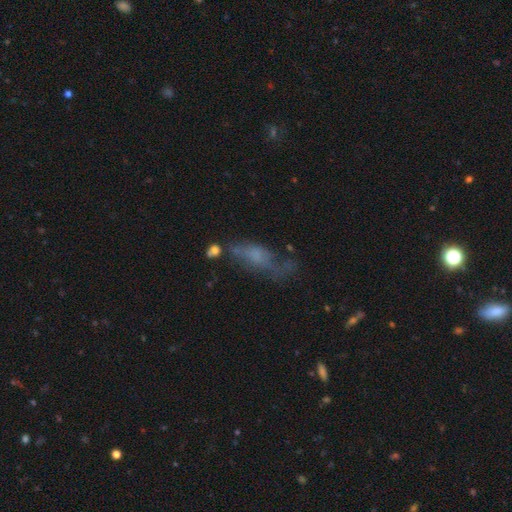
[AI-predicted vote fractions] A smooth galaxy with no disk features (43%, tied with featured or disk). Merging: none (38%).